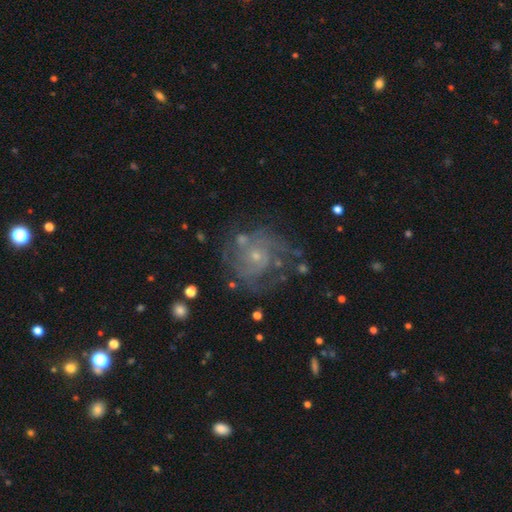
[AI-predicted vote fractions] A featured or disk galaxy (77%) with no bar (77%), tight (50%) spiral arms (85%) and a small central bulge (69%). Merging: none (62%).